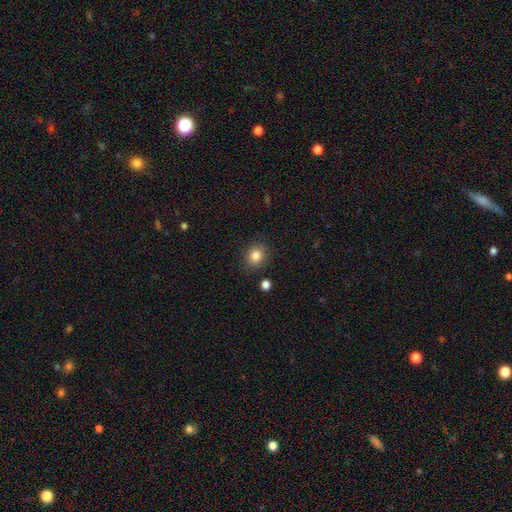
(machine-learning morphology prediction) This appears to be a smooth galaxy with no disk features (84%) that is round (65%). Merging: none (85%).